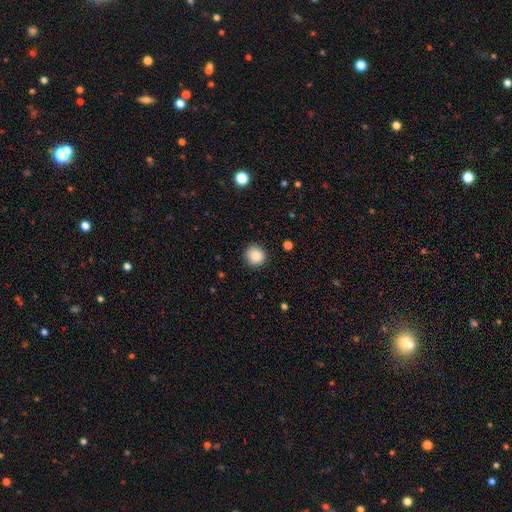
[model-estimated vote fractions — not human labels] smooth_or_featured: smooth (p=0.88) [alt: star or artifact p=0.09]
how_rounded: round (p=0.93) [alt: in between p=0.06]
merging: none (p=0.91) [alt: minor disturbance p=0.06]